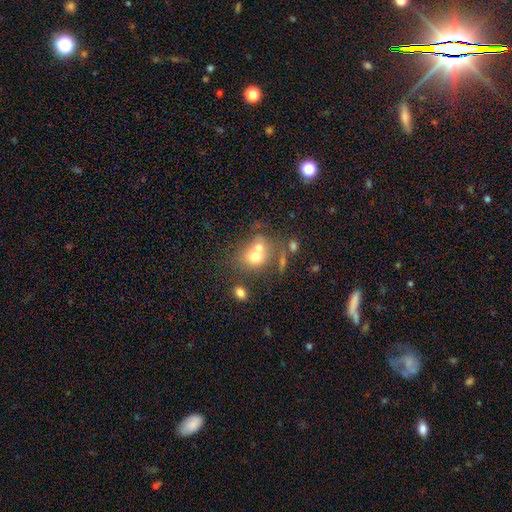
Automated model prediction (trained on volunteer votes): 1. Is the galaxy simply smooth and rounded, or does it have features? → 64% smooth, 23% featured or disk, 13% star or artifact.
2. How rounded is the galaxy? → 68% round, 31% in between, 1% cigar-shaped.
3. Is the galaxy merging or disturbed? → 58% merger, 28% none, 8% minor disturbance, 6% major disturbance.